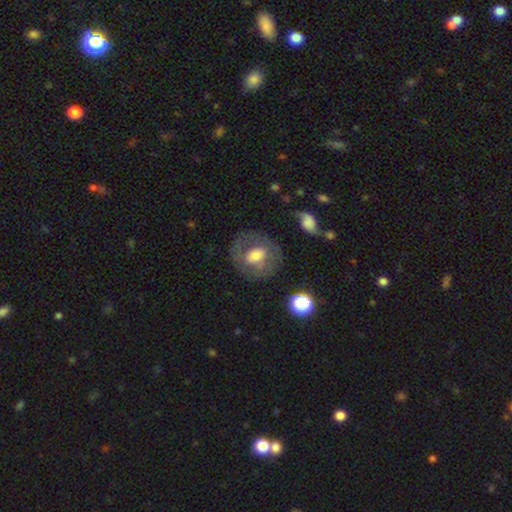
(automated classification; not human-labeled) The model was most divided on "smooth or featured": featured or disk: 51%, smooth: 41%, star or artifact: 8%. More confident: edge-on disk — no (95%); merging — none (69%).